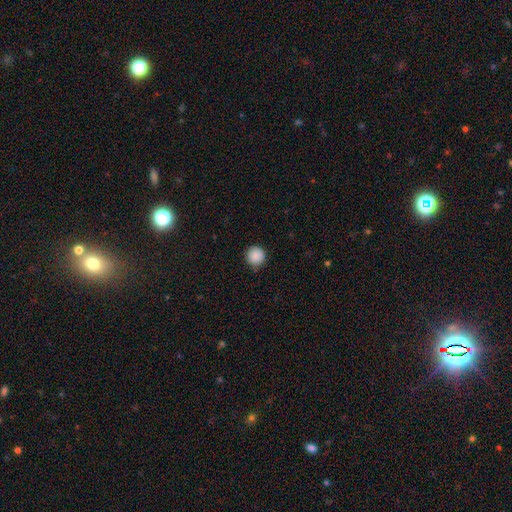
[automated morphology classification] Smooth or featured: smooth — 88% (star or artifact — 9%)
How rounded: round — 95% (in between — 4%)
Merging: none — 88% (minor disturbance — 9%)